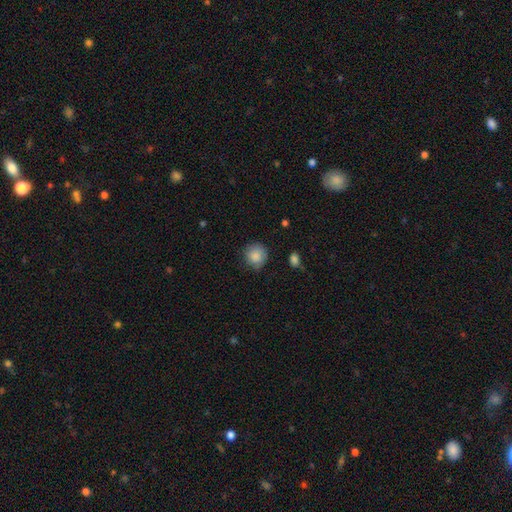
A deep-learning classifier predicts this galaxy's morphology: type=smooth (87%); roundness=round (89%); merging=none (76%).